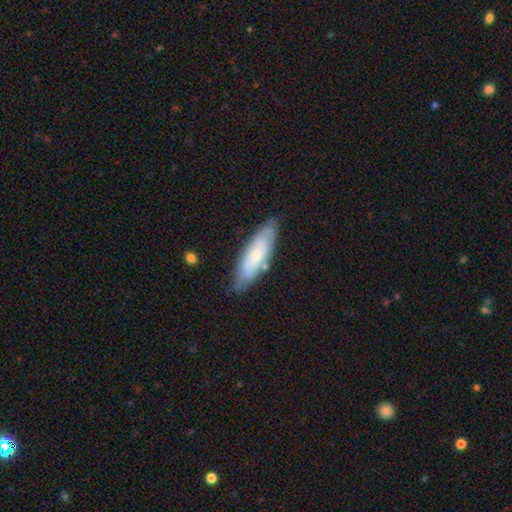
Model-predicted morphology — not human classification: Smooth or featured?
  - smooth: 51% *
  - featured or disk: 43%
  - star or artifact: 6%
How rounded?
  - in between: 50% *
  - cigar-shaped: 49%
  - round: 2%
Merging?
  - none: 76% *
  - minor disturbance: 18%
  - major disturbance: 3%
  - merger: 3%